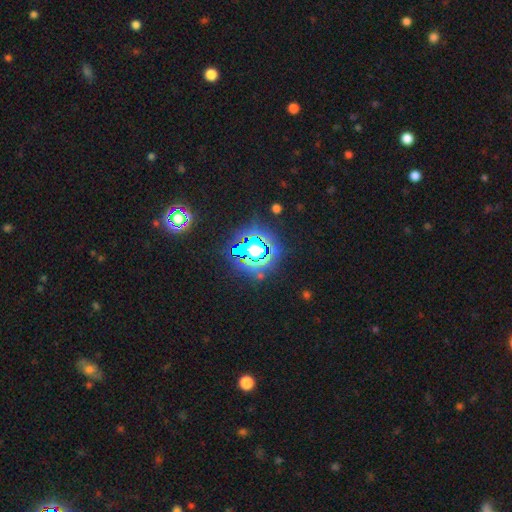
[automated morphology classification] This appears to be a star or artifact, not a galaxy (81%).